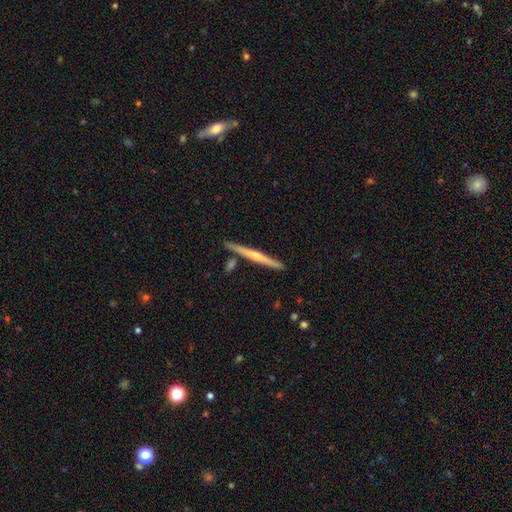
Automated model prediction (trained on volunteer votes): The model was most divided on "edge-on bulge": rounded: 57%, none: 37%, boxy: 6%. More confident: edge-on disk — yes (97%); merging — none (84%); smooth or featured — featured or disk (59%).